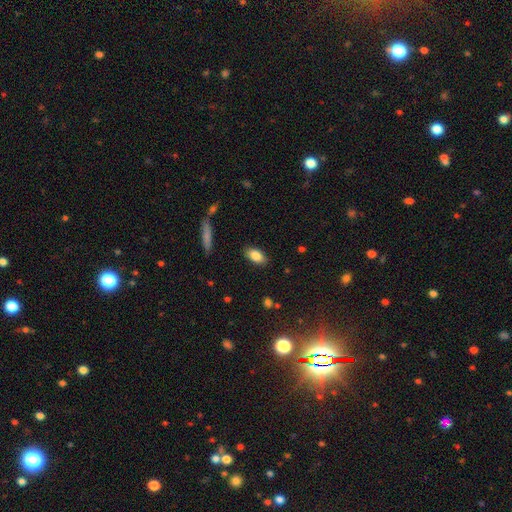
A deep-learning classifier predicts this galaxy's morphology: smooth-or-featured: smooth: 84% | featured or disk: 8% | star or artifact: 7%
  how-rounded: in between: 90% | cigar-shaped: 6% | round: 4%
  merging: none: 87% | minor disturbance: 10% | major disturbance: 2% | merger: 1%